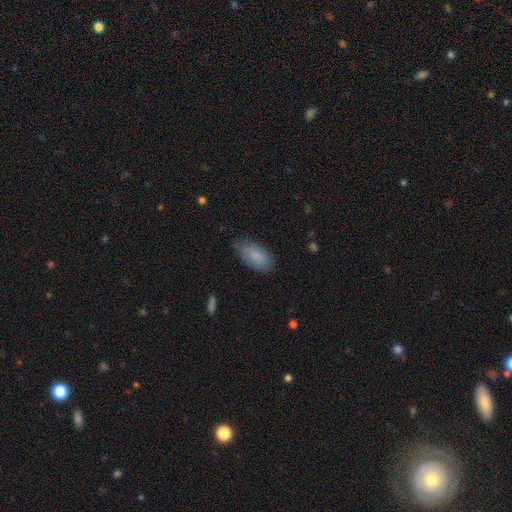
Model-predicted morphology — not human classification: smooth_or_featured: smooth (p=0.84) [alt: featured or disk p=0.10]
how_rounded: in between (p=0.92) [alt: cigar-shaped p=0.05]
merging: none (p=0.67) [alt: minor disturbance p=0.26]